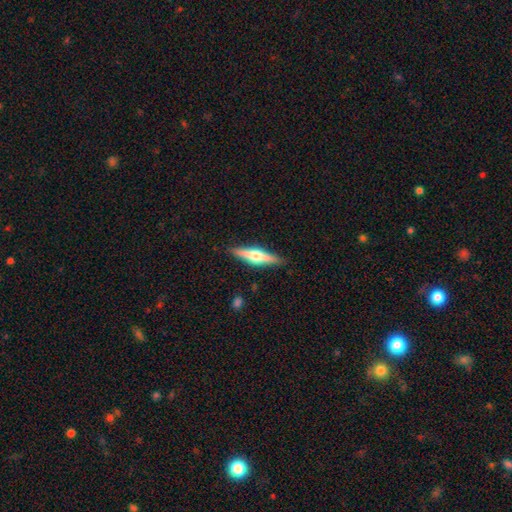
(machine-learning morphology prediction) Smooth or featured? featured or disk (63%)
Edge-on disk? yes (96%)
Edge-on bulge? rounded (93%)
Merging? none (89%)